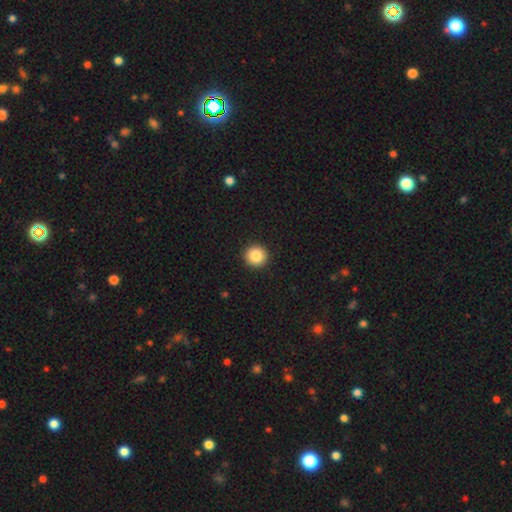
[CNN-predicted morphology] A smooth galaxy with no disk features (85%) that is round (95%).

Vote fractions:
- Smooth or featured? smooth: 85% / star or artifact: 9% / featured or disk: 6%
- How rounded? round: 95% / in between: 4% / cigar-shaped: 1%
- Merging? none: 93% / minor disturbance: 4% / major disturbance: 1% / merger: 1%